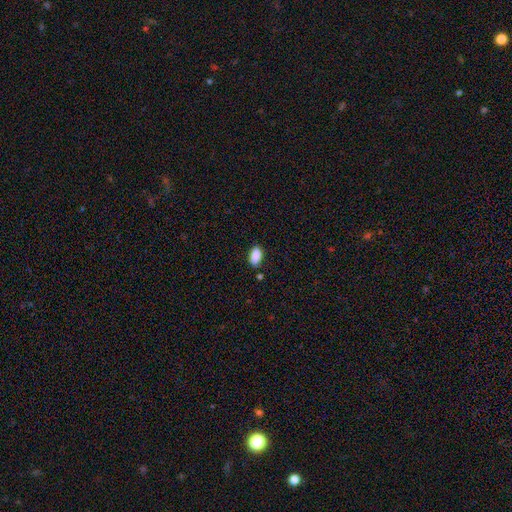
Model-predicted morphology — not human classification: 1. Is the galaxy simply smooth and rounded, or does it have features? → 88% smooth, 7% star or artifact, 4% featured or disk.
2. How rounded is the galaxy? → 91% in between, 5% cigar-shaped, 4% round.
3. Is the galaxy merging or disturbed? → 82% none, 13% minor disturbance, 2% major disturbance, 2% merger.